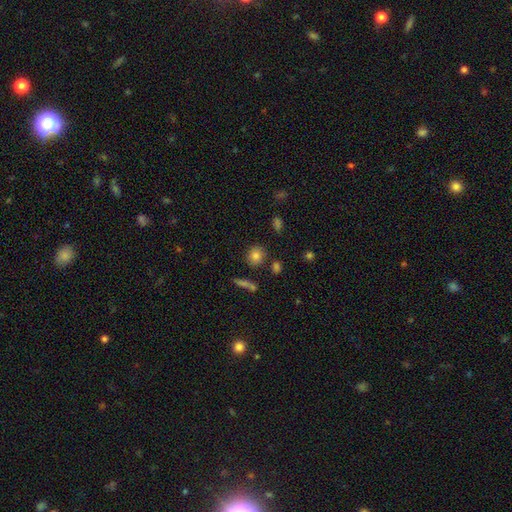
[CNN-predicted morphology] Smooth or featured? smooth (80%)
How rounded? round (81%)
Merging? none (82%)